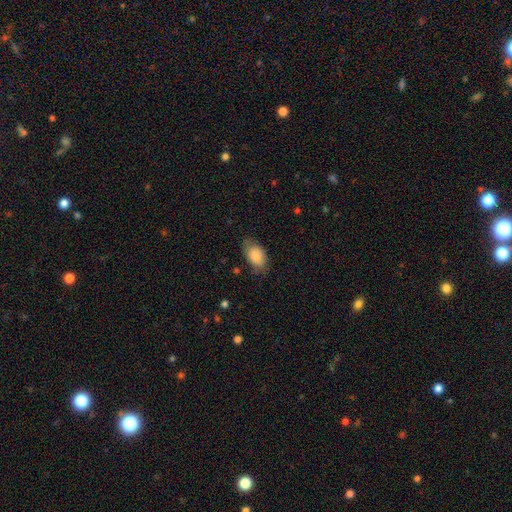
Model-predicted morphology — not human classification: A smooth galaxy with no disk features (82%) that is in between round and cigar-shaped (91%).

Vote fractions:
- Smooth or featured? smooth: 82% / featured or disk: 11% / star or artifact: 7%
- How rounded? in between: 91% / round: 7% / cigar-shaped: 2%
- Merging? none: 67% / minor disturbance: 25% / major disturbance: 7% / merger: 1%